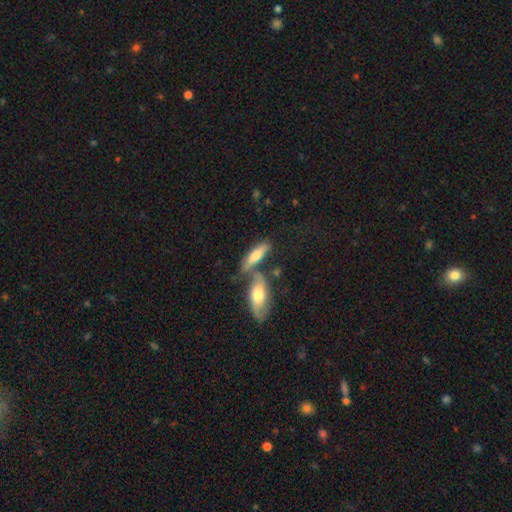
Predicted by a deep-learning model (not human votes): A smooth galaxy with no disk features (62%) that is in between round and cigar-shaped (55%). Merging: merger (45%).